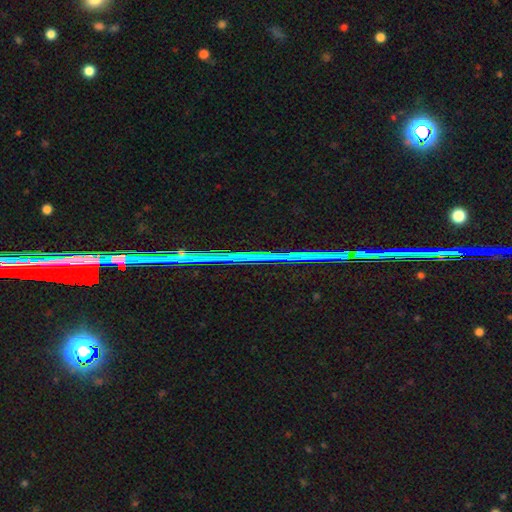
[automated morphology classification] Smooth or featured? Predicted: star or artifact (p=0.79).